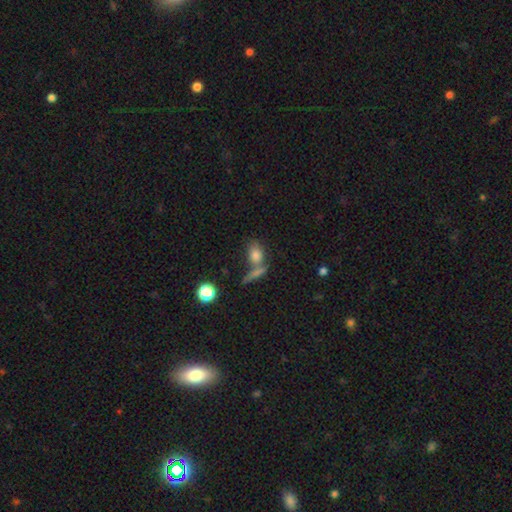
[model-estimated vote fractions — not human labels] A smooth galaxy with no disk features (77%) that is in between round and cigar-shaped (64%). Merging: none (51%).